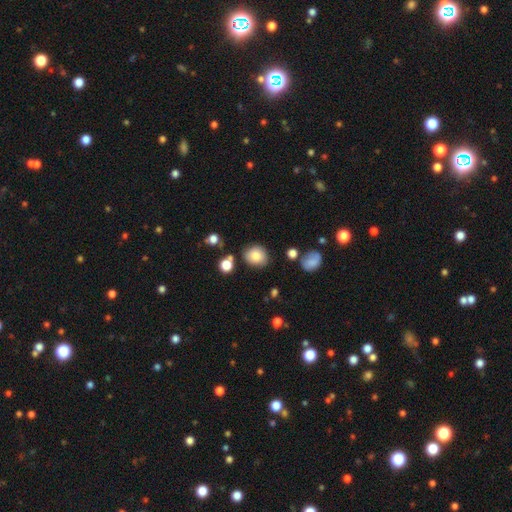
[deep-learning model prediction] Smooth or featured: smooth — 82% (star or artifact — 10%)
How rounded: round — 69% (in between — 30%)
Merging: none — 78% (minor disturbance — 13%)